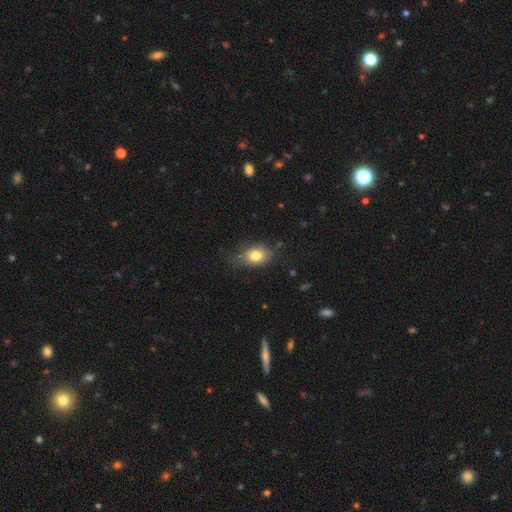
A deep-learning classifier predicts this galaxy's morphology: Smooth or featured?
  - smooth: 80% *
  - featured or disk: 11%
  - star or artifact: 9%
How rounded?
  - in between: 73% *
  - round: 26%
  - cigar-shaped: 1%
Merging?
  - none: 63% *
  - minor disturbance: 27%
  - major disturbance: 8%
  - merger: 2%